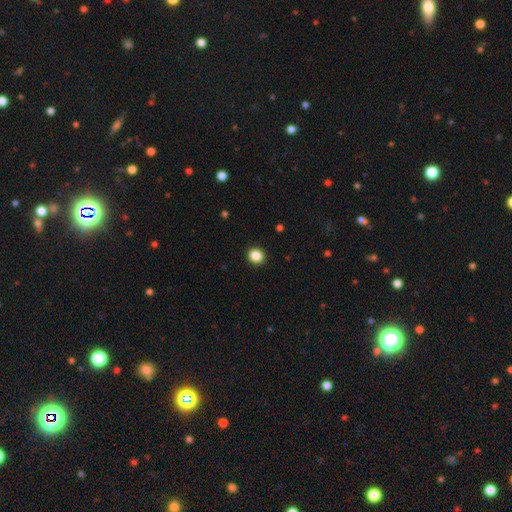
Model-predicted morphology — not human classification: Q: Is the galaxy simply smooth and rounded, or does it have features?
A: smooth — 87%.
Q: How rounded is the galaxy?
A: round — 84%.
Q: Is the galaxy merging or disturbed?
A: none — 92%.